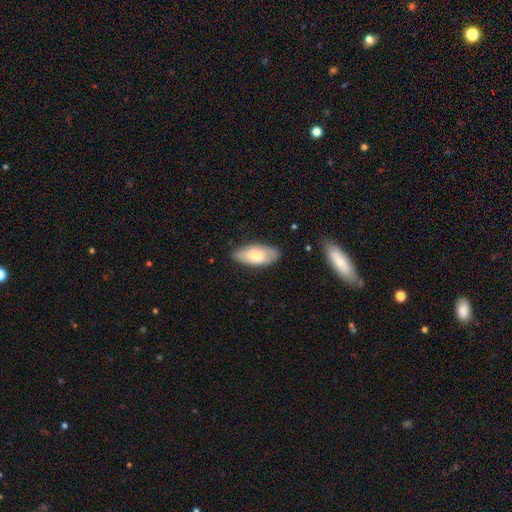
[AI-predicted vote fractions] Overall: smooth (62%; featured or disk 32%). How rounded: in between (90%). Merging: none (78%).